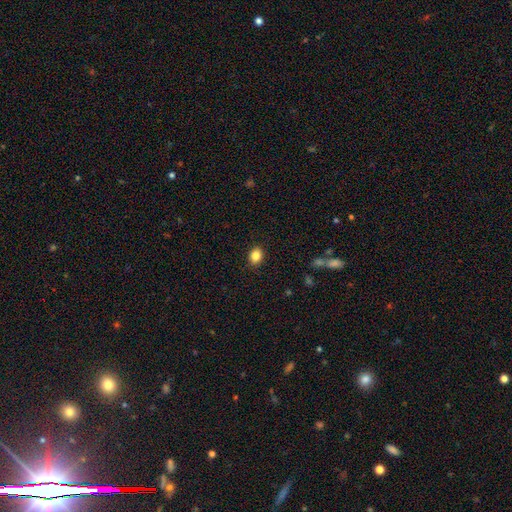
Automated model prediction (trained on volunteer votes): The model was most divided on "how rounded": in between: 55%, round: 44%, cigar-shaped: 1%. More confident: merging — none (89%); smooth or featured — smooth (85%).